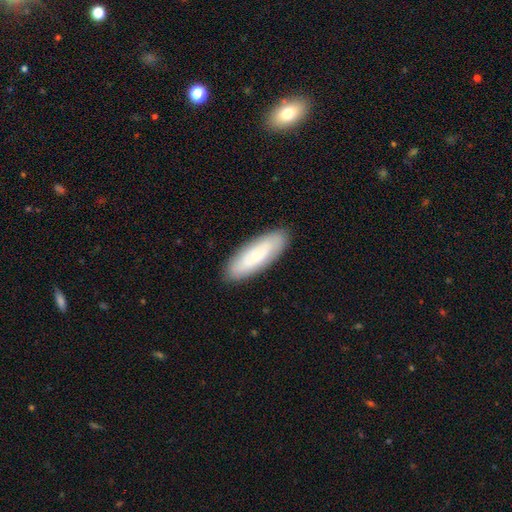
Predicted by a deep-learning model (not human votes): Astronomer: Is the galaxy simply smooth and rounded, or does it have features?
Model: smooth — 56% (runner-up: featured or disk, 38%).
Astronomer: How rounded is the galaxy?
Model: in between — 59% (runner-up: cigar-shaped, 39%).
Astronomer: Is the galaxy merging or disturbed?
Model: none — 88%.